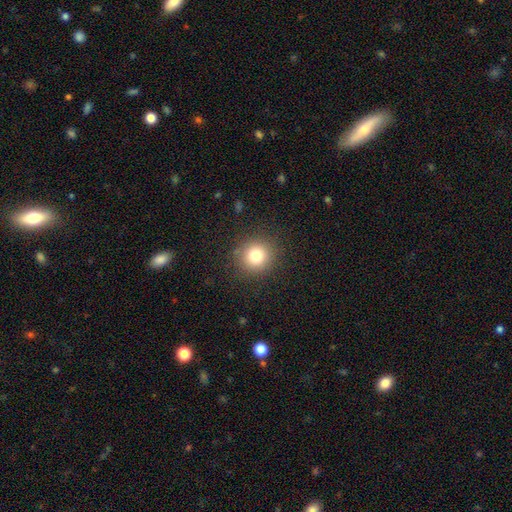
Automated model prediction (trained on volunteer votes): smooth 79%, star or artifact 13%, featured or disk 8%. Down the decision tree: how rounded — round (92%); merging — none (89%).